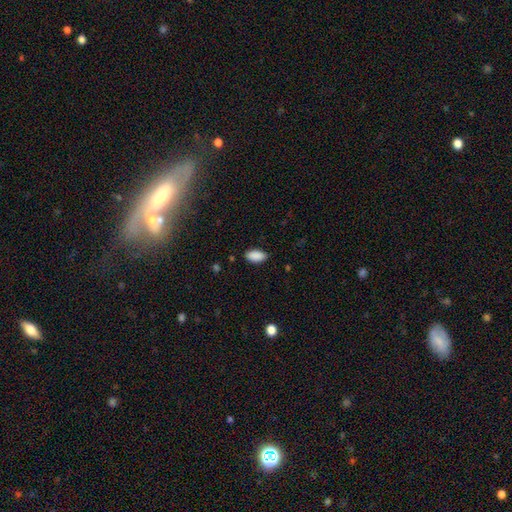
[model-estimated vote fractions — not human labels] This is clearly a smooth galaxy (89%). How rounded: clearly in between (94%). Merging: clearly none (87%).